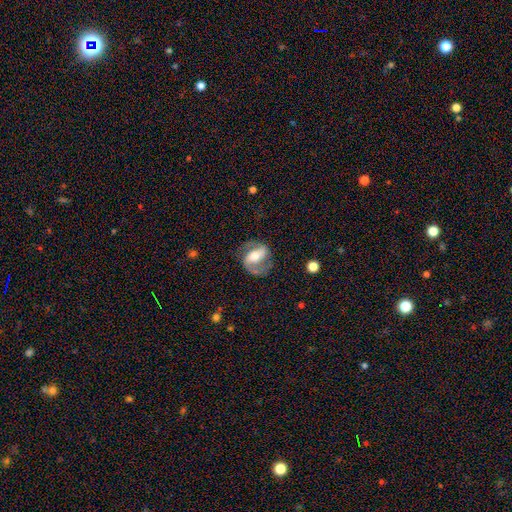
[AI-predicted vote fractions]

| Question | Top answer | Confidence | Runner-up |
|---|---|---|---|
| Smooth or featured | featured or disk | 83% | smooth (12%) |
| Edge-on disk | no | 97% | yes (3%) |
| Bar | strong | 48% | weak (32%) |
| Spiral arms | yes | 93% | no (7%) |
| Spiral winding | medium | 53% | loose (25%) |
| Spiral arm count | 2 | 89% | 1 (4%) |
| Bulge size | moderate | 61% | small (20%) |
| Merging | none | 74% | minor disturbance (15%) |